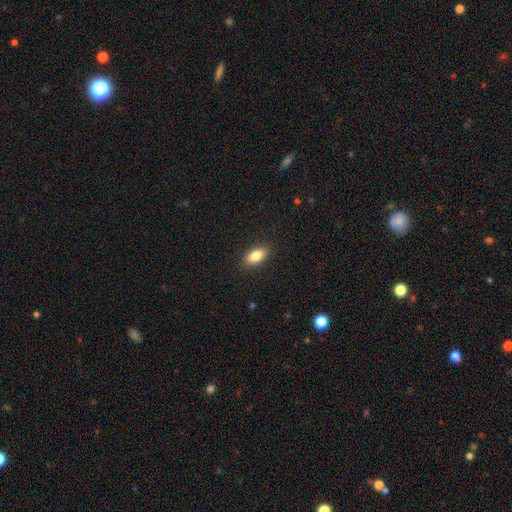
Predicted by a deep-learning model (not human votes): smooth_or_featured: smooth (p=0.83) [alt: featured or disk p=0.09]
how_rounded: in between (p=0.88) [alt: cigar-shaped p=0.07]
merging: none (p=0.88) [alt: minor disturbance p=0.09]